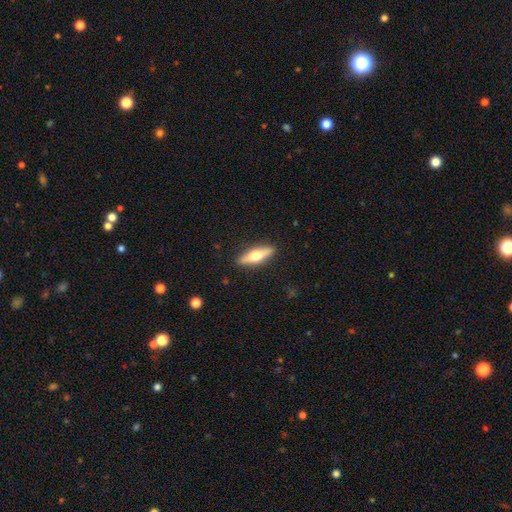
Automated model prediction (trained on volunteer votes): Q: Smooth or featured?
A: smooth (51%); runner-up: featured or disk (43%)
Q: How rounded?
A: cigar-shaped (59%); runner-up: in between (38%)
Q: Merging?
A: none (89%); runner-up: minor disturbance (8%)